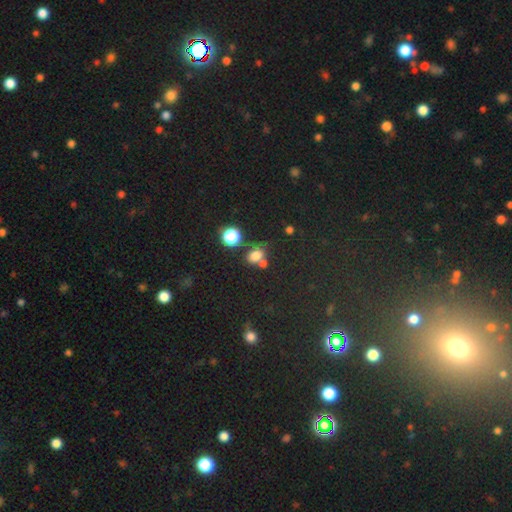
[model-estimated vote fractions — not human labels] smooth-or-featured: smooth: 70% | star or artifact: 22% | featured or disk: 8%
  how-rounded: in between: 54% | round: 44% | cigar-shaped: 2%
  merging: none: 49% | merger: 30% | minor disturbance: 14% | major disturbance: 7%